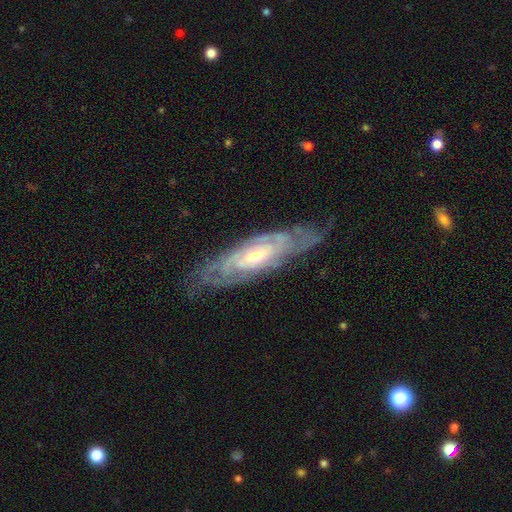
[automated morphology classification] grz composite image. It shows a featured or disk galaxy (85%) with no bar (56%), tight (74%) spiral arms (92%) and a small central bulge (50%). Merging: none (74%).